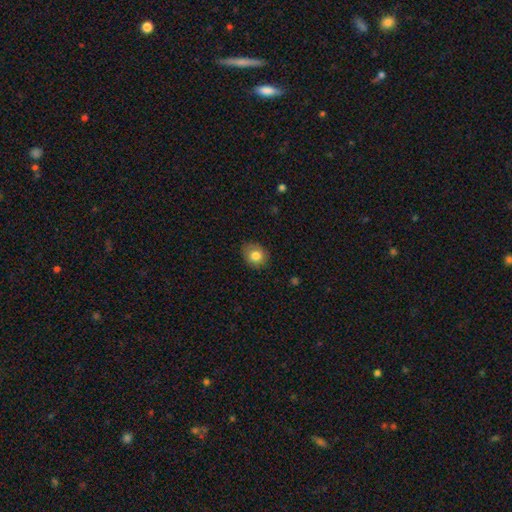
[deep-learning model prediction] This appears to be a smooth galaxy with no disk features (81%) that is round (63%). Merging: none (82%).